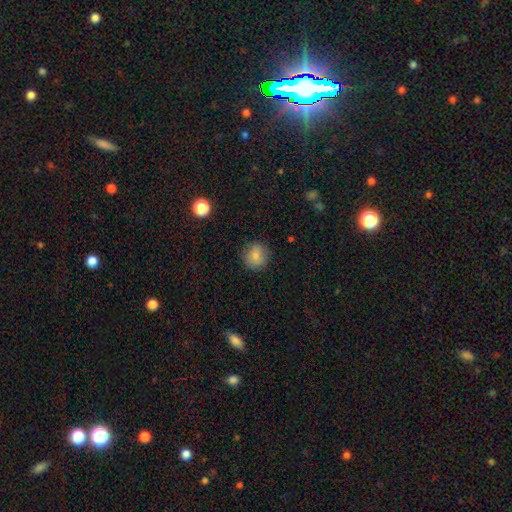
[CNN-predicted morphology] Smooth or featured? Predicted: smooth (p=0.81). How rounded? Predicted: round (p=0.85). Merging? Predicted: none (p=0.83).